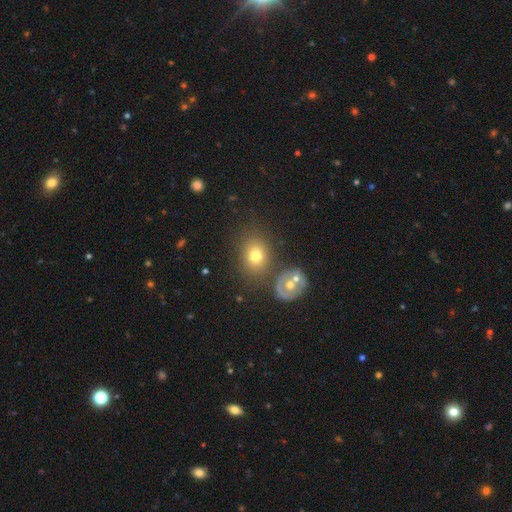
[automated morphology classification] Smooth or featured?
  - smooth: 71% *
  - featured or disk: 16%
  - star or artifact: 13%
How rounded?
  - round: 51% *
  - in between: 48%
  - cigar-shaped: 1%
Merging?
  - none: 67% *
  - merger: 14%
  - minor disturbance: 13%
  - major disturbance: 5%